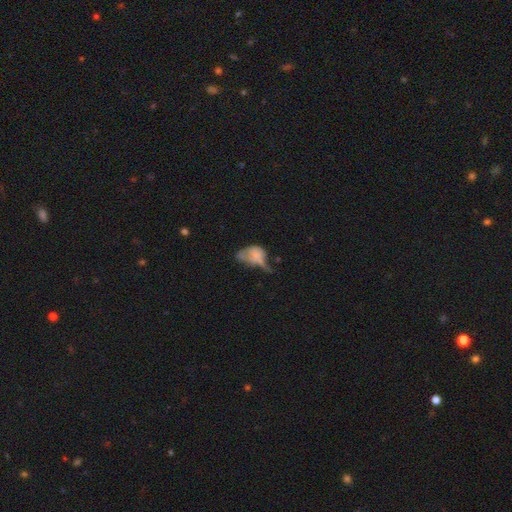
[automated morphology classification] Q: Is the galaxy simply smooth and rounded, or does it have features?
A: smooth — 54%.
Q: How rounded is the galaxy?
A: in between — 83%.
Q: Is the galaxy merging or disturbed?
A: major disturbance — 44%.